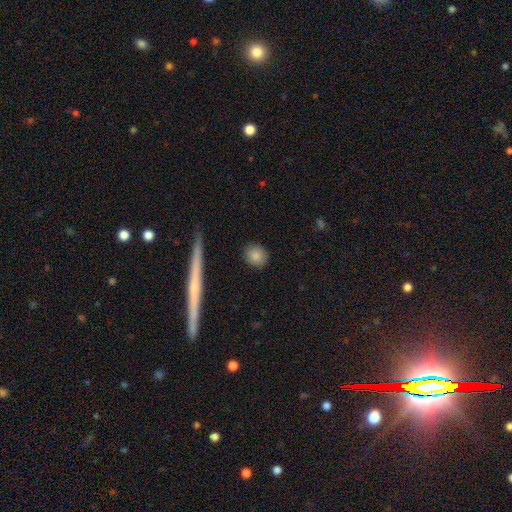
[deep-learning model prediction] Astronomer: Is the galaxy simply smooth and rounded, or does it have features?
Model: smooth — 85%.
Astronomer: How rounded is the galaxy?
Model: round — 79%.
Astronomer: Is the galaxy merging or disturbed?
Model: none — 90%.